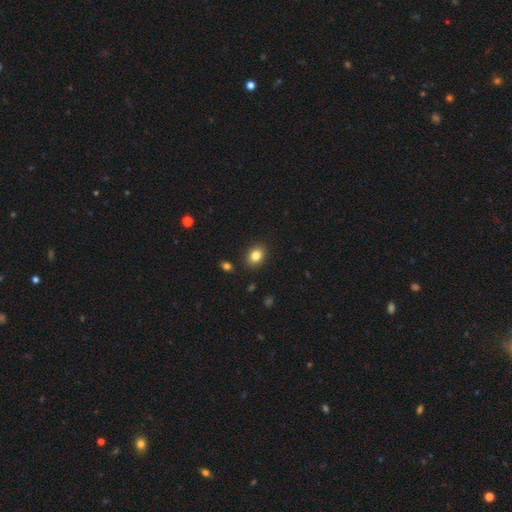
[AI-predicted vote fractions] A smooth galaxy with no disk features (83%) that is in between round and cigar-shaped (65%). Merging: none (88%).